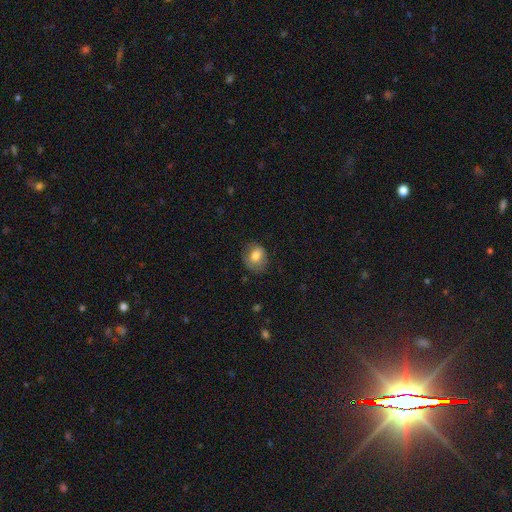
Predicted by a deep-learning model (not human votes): A smooth galaxy with no disk features (75%) that is round (55%). Merging: none (68%).